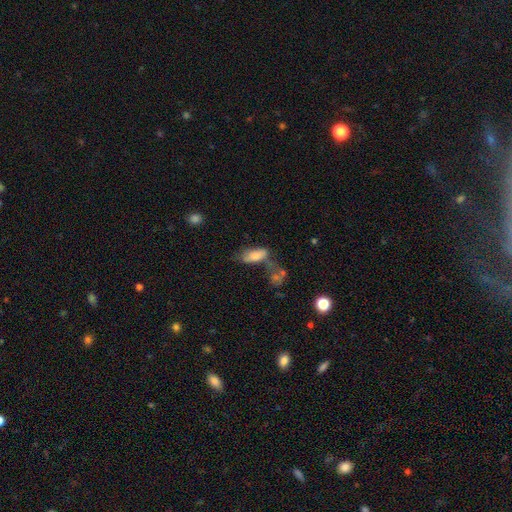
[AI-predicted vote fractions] Smooth or featured?
  - smooth: 71% *
  - featured or disk: 20%
  - star or artifact: 8%
How rounded?
  - in between: 82% *
  - cigar-shaped: 15%
  - round: 3%
Merging?
  - none: 36% *
  - minor disturbance: 24%
  - merger: 22%
  - major disturbance: 19%